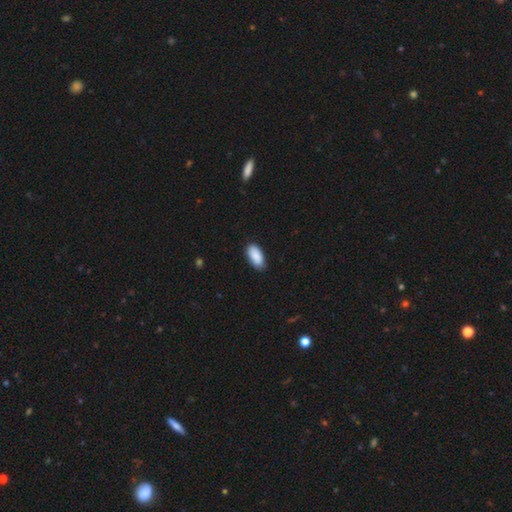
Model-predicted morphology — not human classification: Smooth or featured? Predicted: smooth (p=0.90). How rounded? Predicted: in between (p=0.93). Merging? Predicted: none (p=0.80).